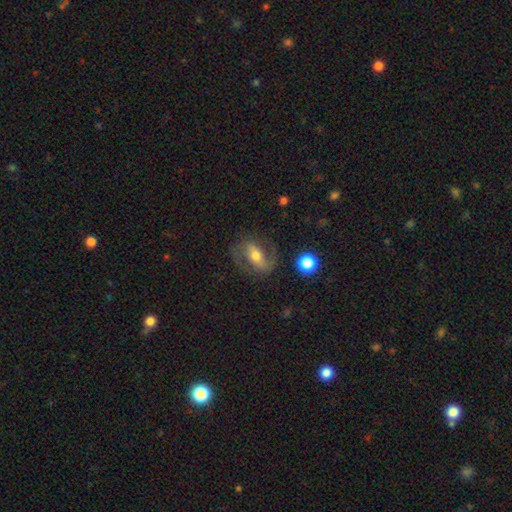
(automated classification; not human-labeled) Q: Smooth or featured?
A: featured or disk (71%); runner-up: smooth (21%)
Q: Edge-on disk?
A: no (95%); runner-up: yes (5%)
Q: Bar?
A: strong (39%); runner-up: weak (34%)
Q: Spiral arms?
A: yes (88%); runner-up: no (12%)
Q: Spiral winding?
A: medium (50%); runner-up: loose (31%)
Q: Spiral arm count?
A: 2 (88%); runner-up: can't tell (5%)
Q: Bulge size?
A: moderate (64%); runner-up: small (23%)
Q: Merging?
A: none (74%); runner-up: minor disturbance (15%)